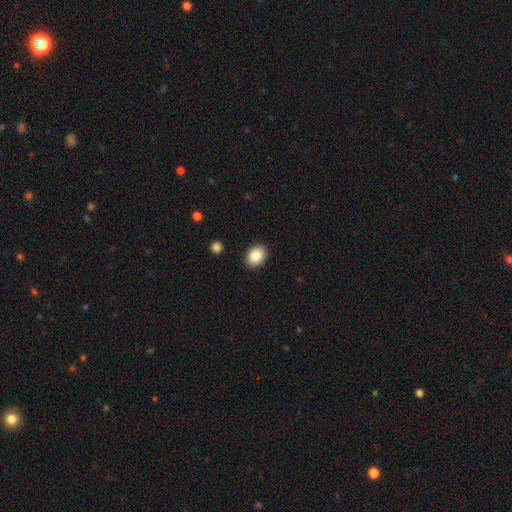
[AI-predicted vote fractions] Q: Smooth or featured?
A: smooth (87%); runner-up: star or artifact (8%)
Q: How rounded?
A: in between (65%); runner-up: round (34%)
Q: Merging?
A: none (90%); runner-up: minor disturbance (7%)